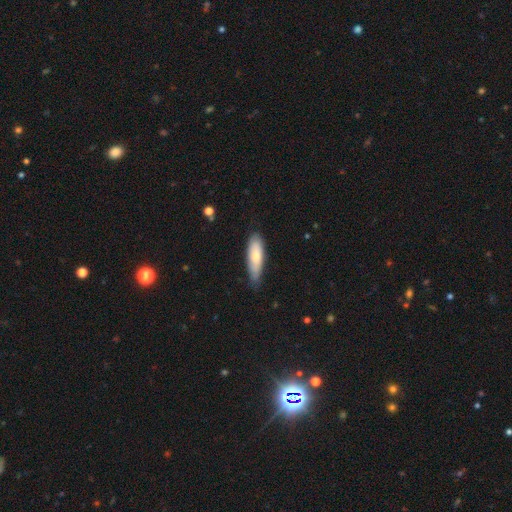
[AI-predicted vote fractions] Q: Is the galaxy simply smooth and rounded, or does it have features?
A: smooth — 71%.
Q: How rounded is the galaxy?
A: in between — 49%, tied with cigar-shaped.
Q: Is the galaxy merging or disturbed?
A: none — 68%.